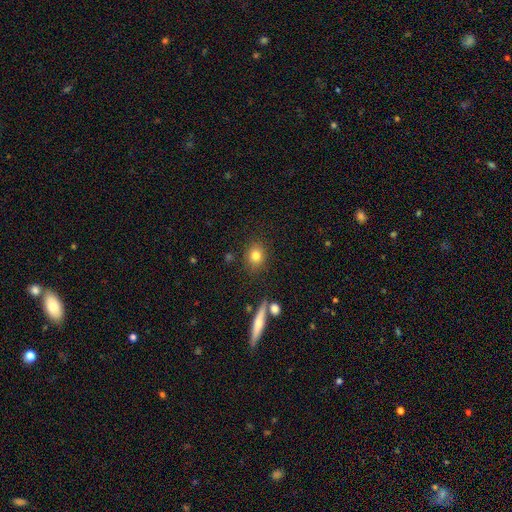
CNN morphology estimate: Smooth or featured? Predicted: smooth (p=0.80). How rounded? Predicted: round (p=0.67). Merging? Predicted: none (p=0.84).